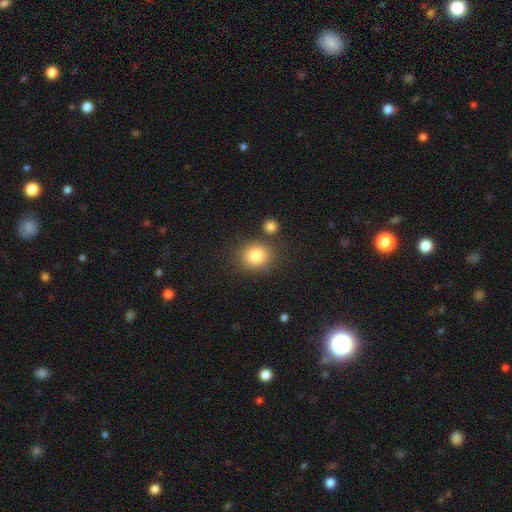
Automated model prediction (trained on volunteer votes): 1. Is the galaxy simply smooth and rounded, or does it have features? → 83% smooth, 10% star or artifact, 7% featured or disk.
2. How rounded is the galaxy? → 76% round, 23% in between, 1% cigar-shaped.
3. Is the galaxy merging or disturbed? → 76% none, 10% merger, 10% minor disturbance, 3% major disturbance.